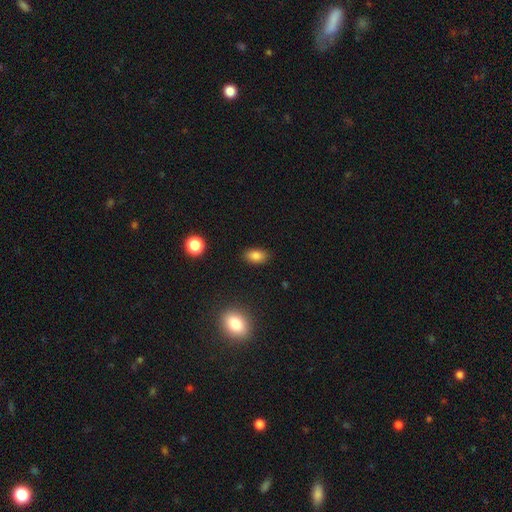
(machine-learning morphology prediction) Overall: smooth (84%). How rounded: in between (88%). Merging: none (87%).